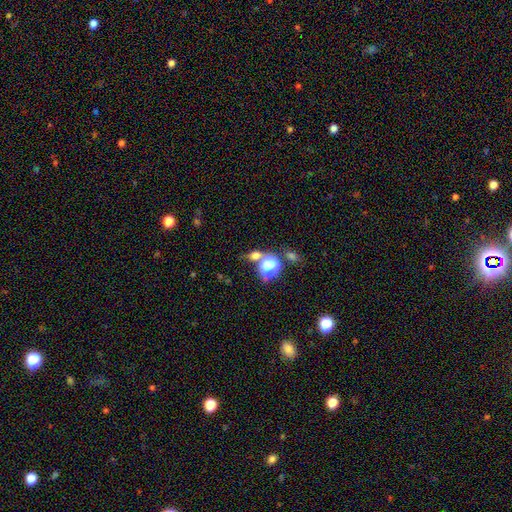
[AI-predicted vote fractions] smooth 59%, star or artifact 31%, featured or disk 10%. Down the decision tree: how rounded — round (59%); merging — none (62%).